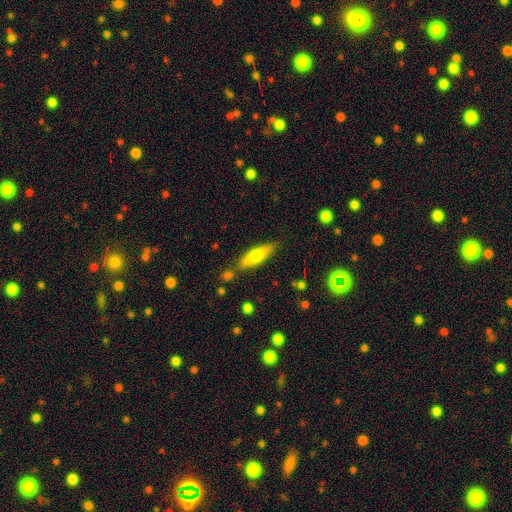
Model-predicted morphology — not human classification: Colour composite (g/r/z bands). It shows a smooth galaxy with no disk features (65%) that is cigar-shaped (56%). Merging: none (78%).